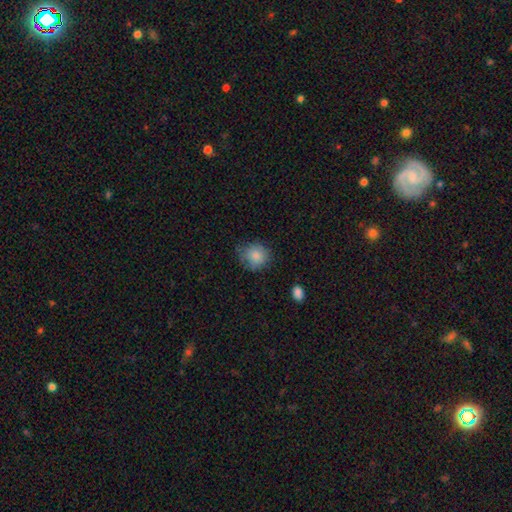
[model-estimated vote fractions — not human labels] This is clearly a smooth galaxy (85%). How rounded: clearly round (85%). Merging: likely none (68%).